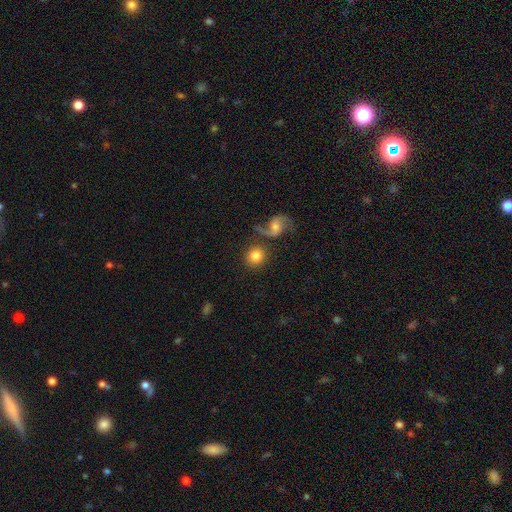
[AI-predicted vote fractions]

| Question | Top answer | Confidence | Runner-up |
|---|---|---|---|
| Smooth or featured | smooth | 78% | featured or disk (15%) |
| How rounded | round | 90% | in between (8%) |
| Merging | none | 74% | merger (12%) |